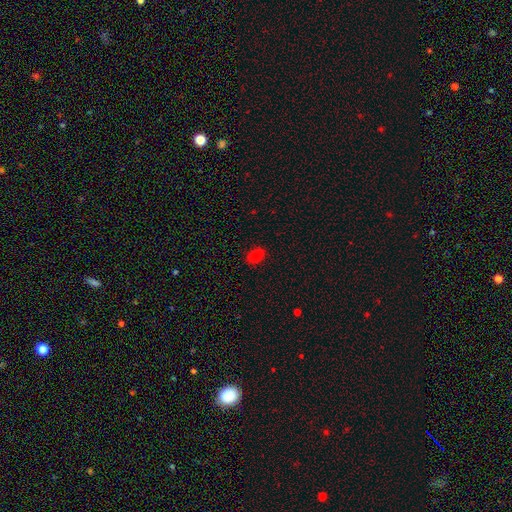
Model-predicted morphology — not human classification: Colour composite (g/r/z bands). It shows a smooth galaxy with no disk features (80%) that is in between round and cigar-shaped (82%). Merging: none (88%).